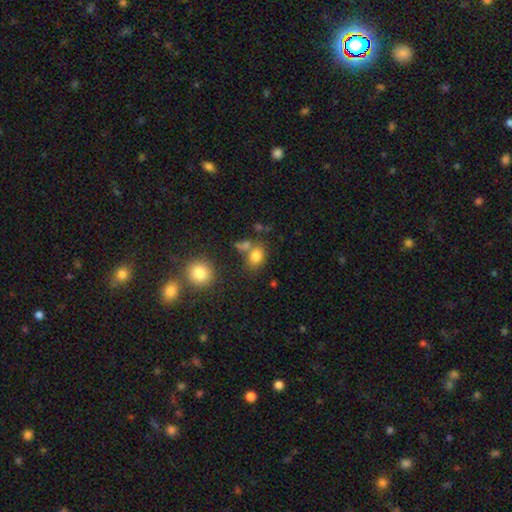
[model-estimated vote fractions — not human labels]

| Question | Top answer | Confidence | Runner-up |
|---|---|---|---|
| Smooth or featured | smooth | 79% | star or artifact (12%) |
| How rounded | in between | 59% | round (40%) |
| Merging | none | 56% | merger (23%) |